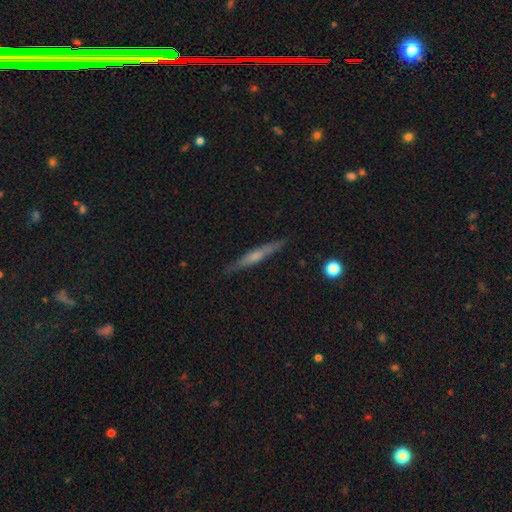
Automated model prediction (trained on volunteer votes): Q: Smooth or featured?
A: featured or disk (56%); runner-up: smooth (38%)
Q: Edge-on disk?
A: yes (96%); runner-up: no (4%)
Q: Edge-on bulge?
A: rounded (42%); runner-up: none (38%)
Q: Merging?
A: none (88%); runner-up: minor disturbance (9%)